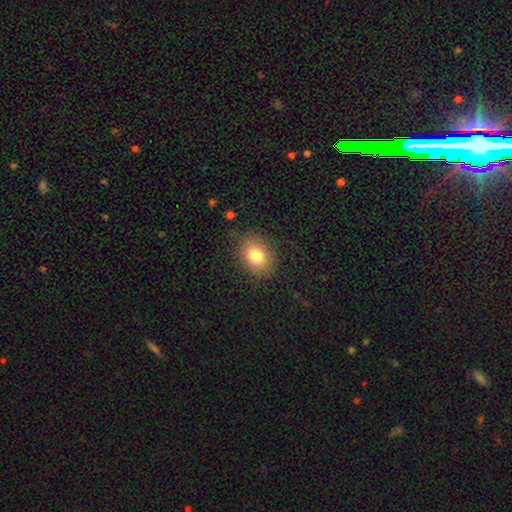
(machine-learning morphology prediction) Smooth or featured? smooth (80%)
How rounded? in between (58%)
Merging? none (84%)